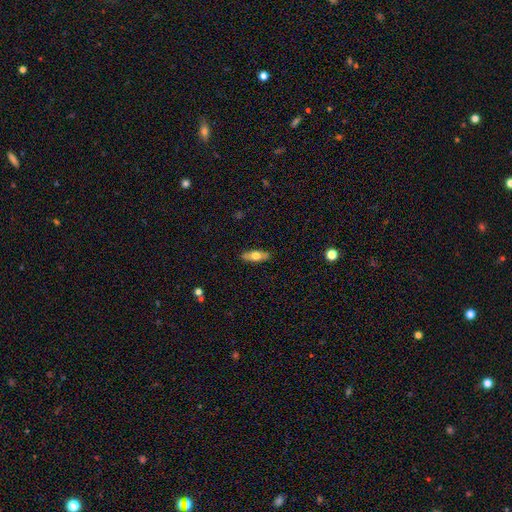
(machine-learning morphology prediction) A smooth galaxy with no disk features (60%) that is in between round and cigar-shaped (64%). Merging: none (88%).